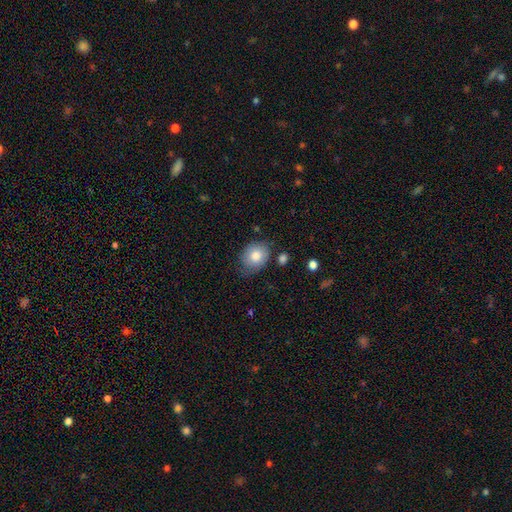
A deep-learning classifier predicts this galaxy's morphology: Smooth or featured? smooth (80%)
How rounded? in between (51%)
Merging? none (64%)